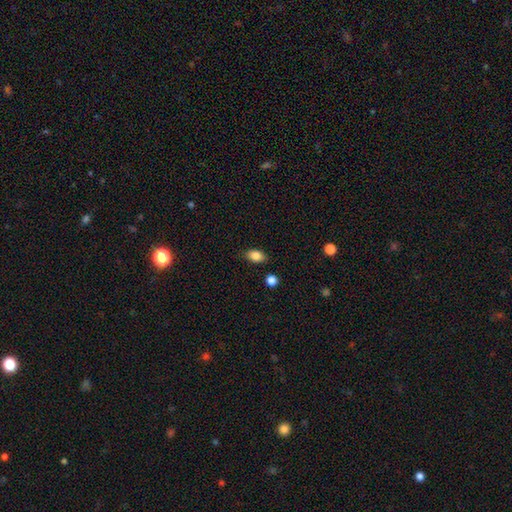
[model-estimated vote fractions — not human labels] Q: Smooth or featured?
A: smooth (85%); runner-up: star or artifact (9%)
Q: How rounded?
A: in between (83%); runner-up: round (15%)
Q: Merging?
A: none (82%); runner-up: minor disturbance (13%)